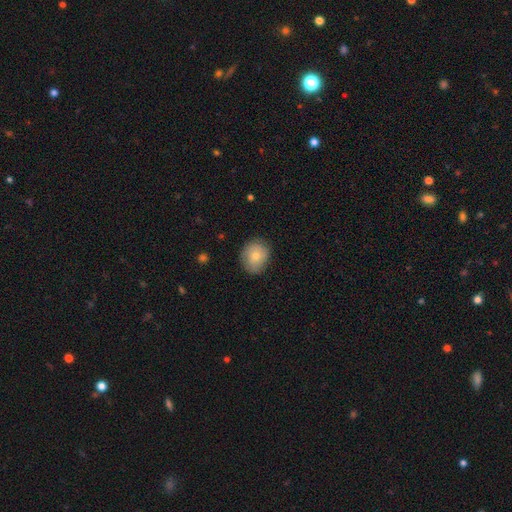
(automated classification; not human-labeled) Overall: smooth (71%). How rounded: round (69%; in between 30%). Merging: none (81%).